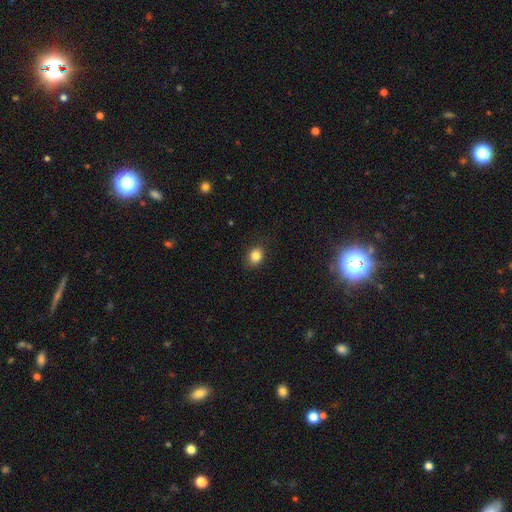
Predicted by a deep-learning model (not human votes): This is clearly a smooth galaxy (84%). How rounded: possibly round (56%). Merging: clearly none (85%).